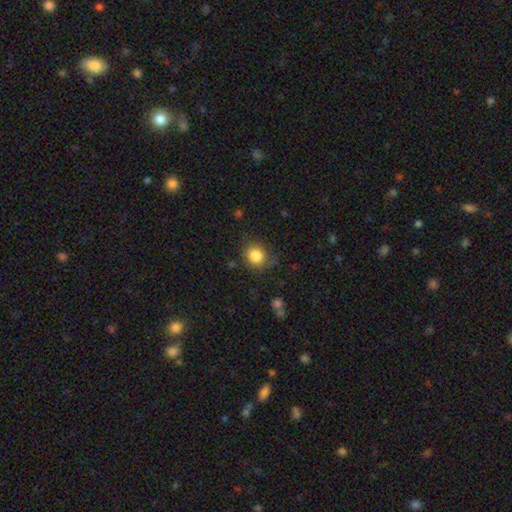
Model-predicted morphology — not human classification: smooth_or_featured: smooth (p=0.84) [alt: star or artifact p=0.10]
how_rounded: round (p=0.79) [alt: in between p=0.20]
merging: none (p=0.77) [alt: minor disturbance p=0.16]